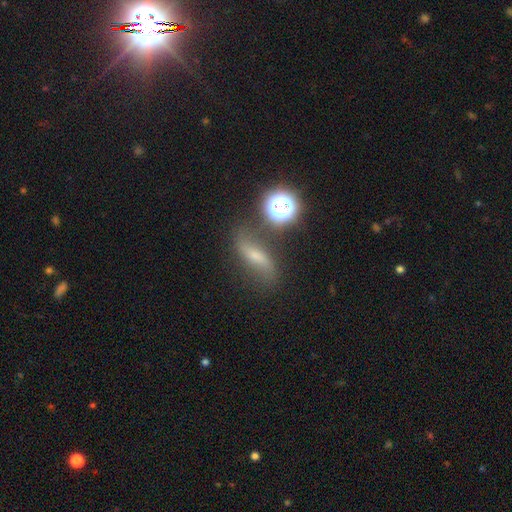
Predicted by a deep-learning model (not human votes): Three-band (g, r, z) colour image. It shows a featured or disk galaxy (48%). Merging: none (61%).